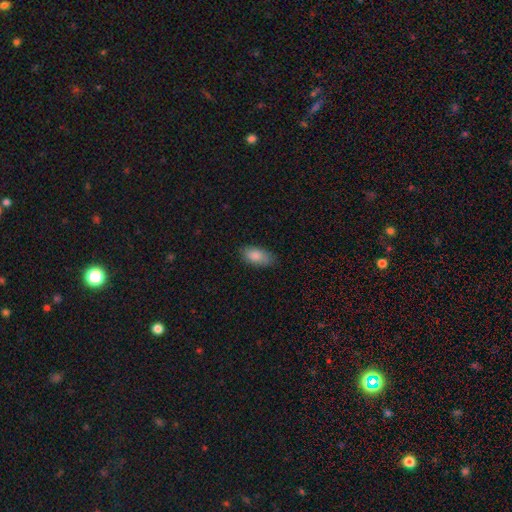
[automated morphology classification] smooth 85%, featured or disk 8%, star or artifact 6%. Down the decision tree: how rounded — in between (93%); merging — none (78%).